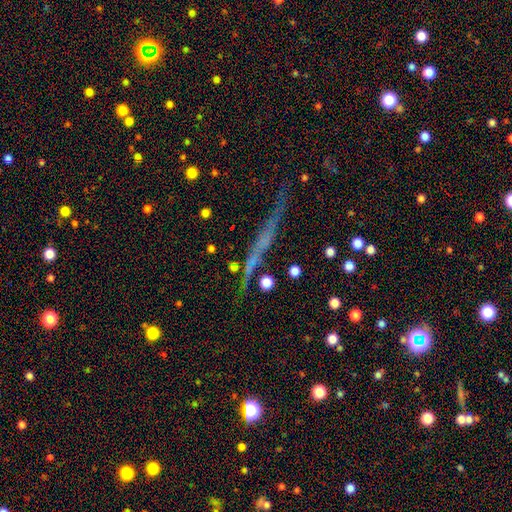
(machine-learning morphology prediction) A featured or disk galaxy (49%). Merging: none (78%).